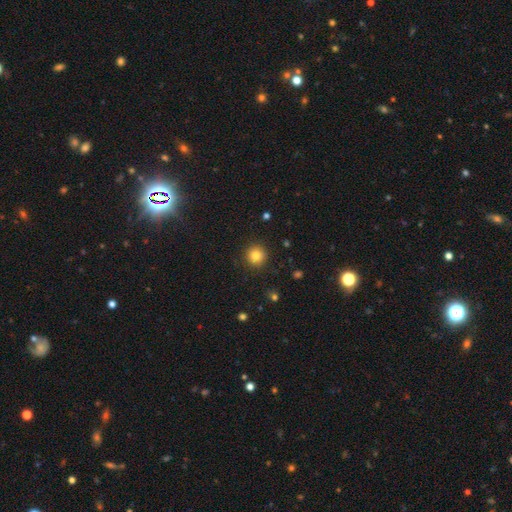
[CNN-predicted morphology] type=smooth (83%); roundness=round (94%); merging=none (92%).